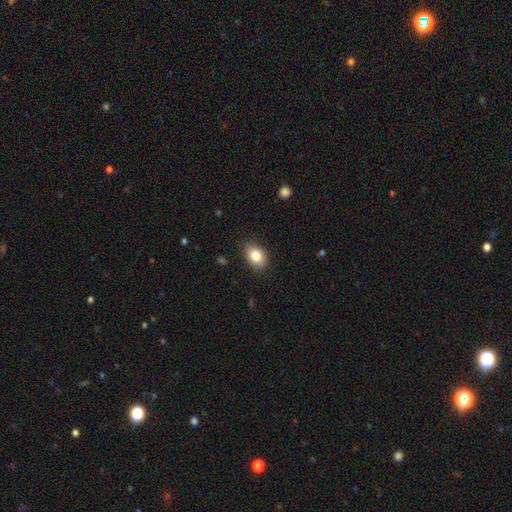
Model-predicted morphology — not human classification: This appears to be a smooth galaxy with no disk features (83%) that is in between round and cigar-shaped (81%). Merging: none (87%).